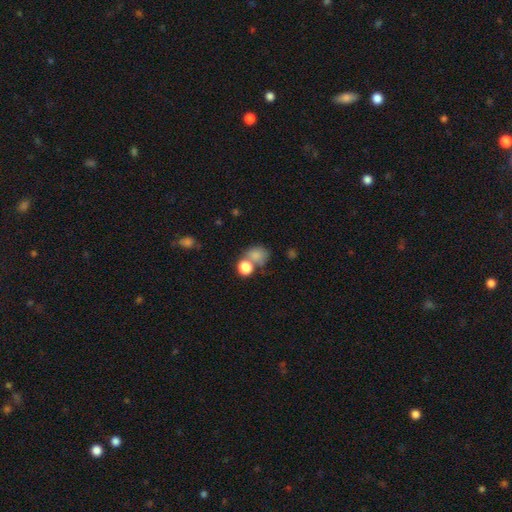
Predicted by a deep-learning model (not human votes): Smooth or featured: smooth — 79% (star or artifact — 13%)
How rounded: round — 60% (in between — 39%)
Merging: none — 41% (merger — 37%)